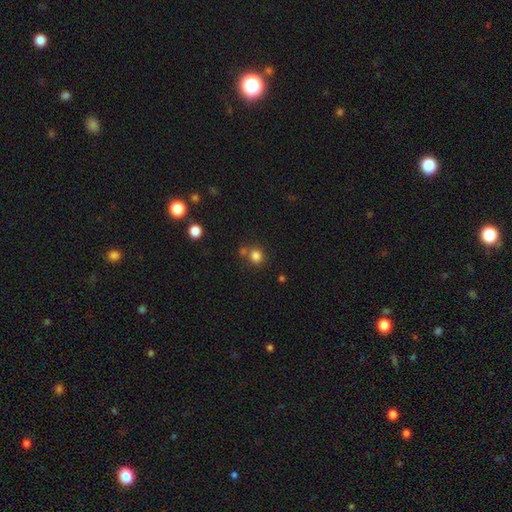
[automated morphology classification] smooth-or-featured: smooth: 82% | star or artifact: 13% | featured or disk: 5%
  how-rounded: round: 88% | in between: 11% | cigar-shaped: 1%
  merging: none: 68% | merger: 19% | minor disturbance: 9% | major disturbance: 4%